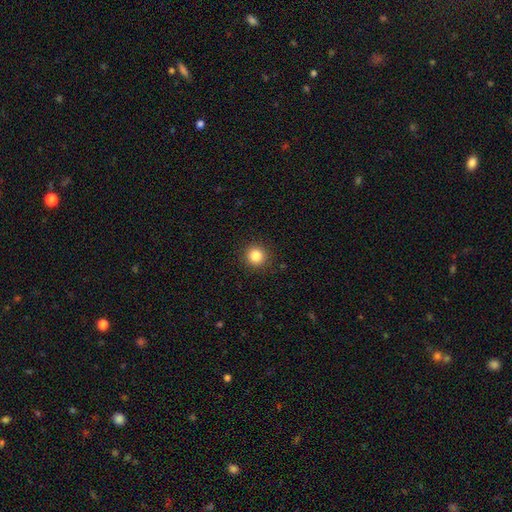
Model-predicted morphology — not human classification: A smooth galaxy with no disk features (85%) that is round (94%).

Vote fractions:
- Smooth or featured? smooth: 85% / star or artifact: 11% / featured or disk: 5%
- How rounded? round: 94% / in between: 6% / cigar-shaped: 1%
- Merging? none: 91% / minor disturbance: 6% / major disturbance: 2% / merger: 1%